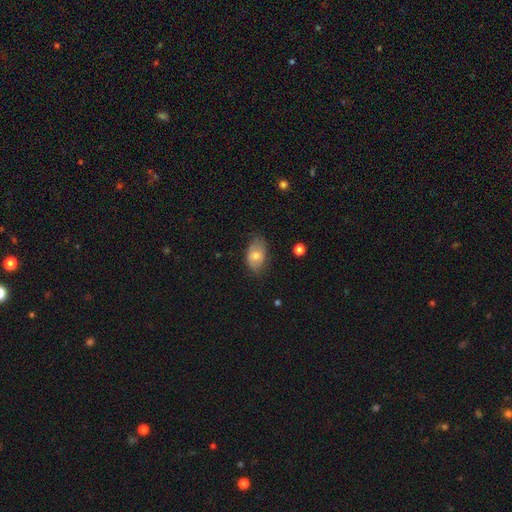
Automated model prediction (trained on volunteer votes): The model was most divided on "merging": none: 63%, minor disturbance: 30%, major disturbance: 6%, merger: 1%. More confident: how rounded — in between (86%); smooth or featured — smooth (68%).